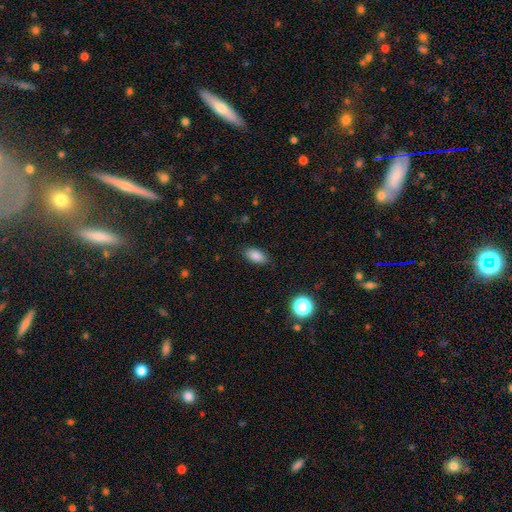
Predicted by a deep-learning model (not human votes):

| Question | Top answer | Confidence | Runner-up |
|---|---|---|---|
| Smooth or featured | smooth | 86% | star or artifact (9%) |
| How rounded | in between | 91% | round (5%) |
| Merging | none | 87% | minor disturbance (9%) |